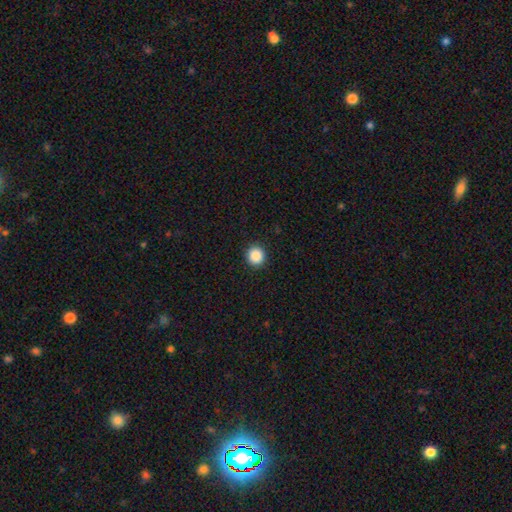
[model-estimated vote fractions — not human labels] Morphology: type=smooth (89%); roundness=round (93%); merging=none (92%).